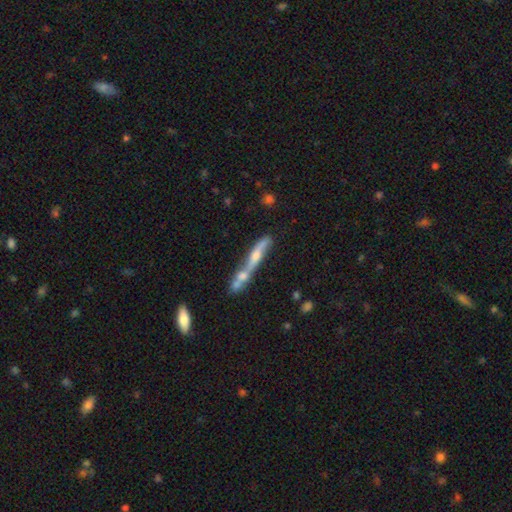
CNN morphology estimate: Q: Smooth or featured?
A: featured or disk (54%); runner-up: smooth (37%)
Q: Edge-on disk?
A: yes (68%); runner-up: no (32%)
Q: Merging?
A: merger (52%); runner-up: none (29%)